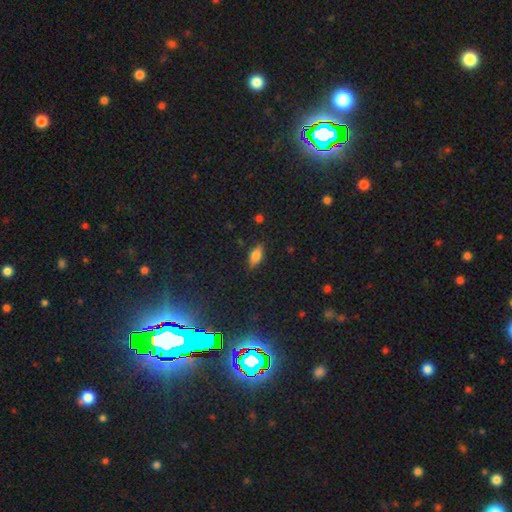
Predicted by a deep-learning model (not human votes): Q: Smooth or featured?
A: smooth (69%); runner-up: featured or disk (21%)
Q: How rounded?
A: in between (79%); runner-up: cigar-shaped (17%)
Q: Merging?
A: none (84%); runner-up: minor disturbance (12%)